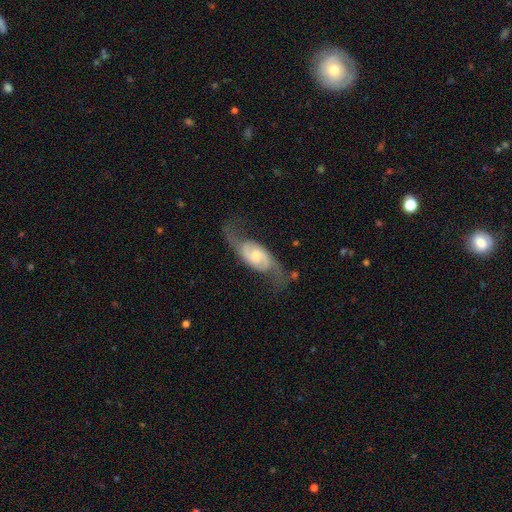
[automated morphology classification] smooth-or-featured: featured or disk: 82% | smooth: 12% | star or artifact: 5%
  disk-edge-on: no: 93% | yes: 7%
    bar: no: 45% (tied) | weak: 45% (tied) | strong: 10%
    has-spiral-arms: yes: 95% | no: 5%
      spiral-winding: loose: 44% | medium: 42% | tight: 15%
      spiral-arm-count: 2: 90% | can't tell: 5% | 1: 2% | 3: 1% | 4: 1% | more than 4: 1%
    bulge-size: moderate: 53% | small: 29% | large: 11% | none: 5% | dominant: 2%
  merging: none: 63% | minor disturbance: 20% | major disturbance: 16% | merger: 2%